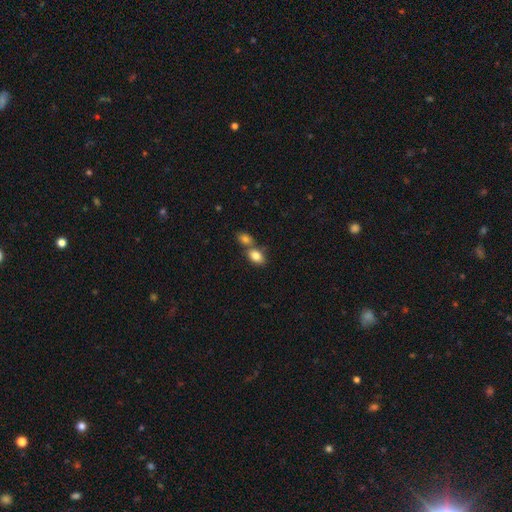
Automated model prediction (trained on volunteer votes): Morphology: type=smooth (83%); roundness=in between (84%); merging=merger (46%).